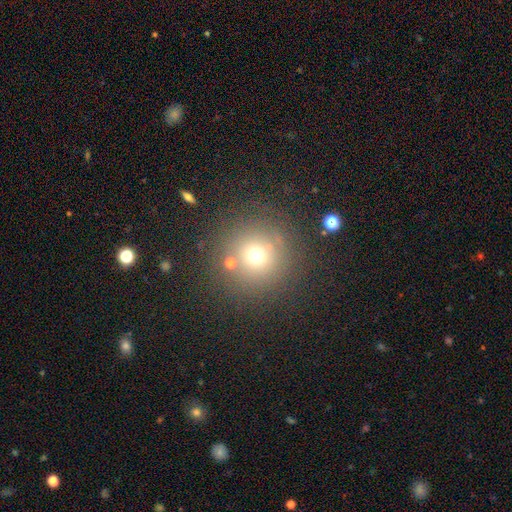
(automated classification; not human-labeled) This appears to be a smooth galaxy with no disk features (67%) that is round (95%). Merging: none (80%).